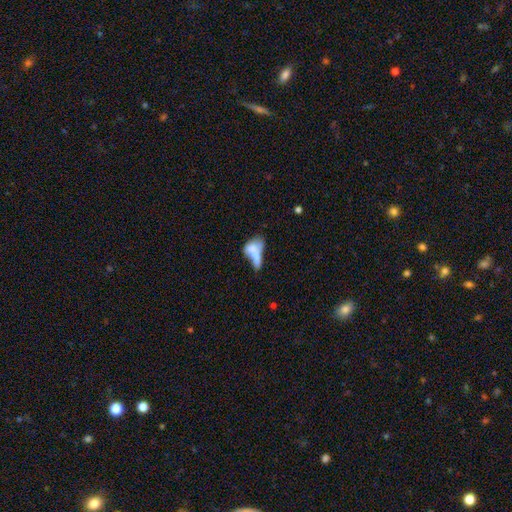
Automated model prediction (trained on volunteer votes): Smooth or featured?
  - smooth: 55% *
  - featured or disk: 35%
  - star or artifact: 9%
How rounded?
  - in between: 78% *
  - round: 11%
  - cigar-shaped: 11%
Merging?
  - merger: 60% *
  - none: 16%
  - major disturbance: 14%
  - minor disturbance: 10%